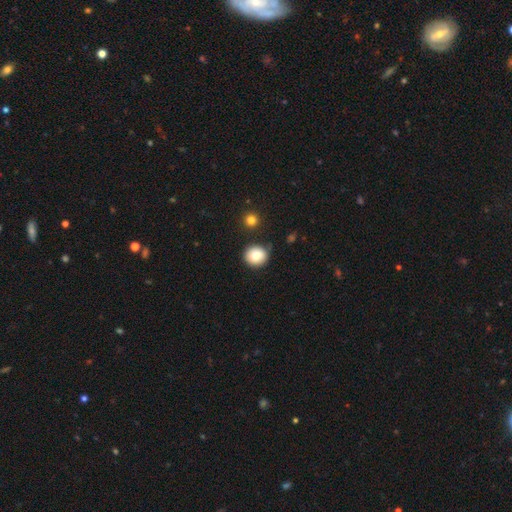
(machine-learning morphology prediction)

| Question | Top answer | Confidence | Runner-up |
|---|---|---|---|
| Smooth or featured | smooth | 81% | featured or disk (10%) |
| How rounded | round | 86% | in between (13%) |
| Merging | none | 83% | minor disturbance (11%) |